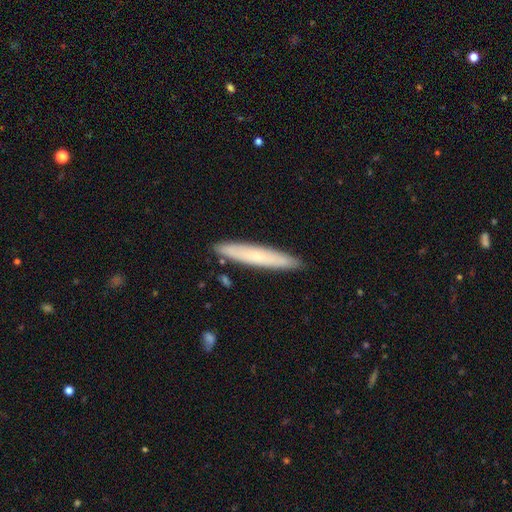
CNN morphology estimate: The model was most divided on "smooth or featured": smooth: 62%, featured or disk: 32%, star or artifact: 6%. More confident: how rounded — cigar-shaped (94%); merging — none (89%).